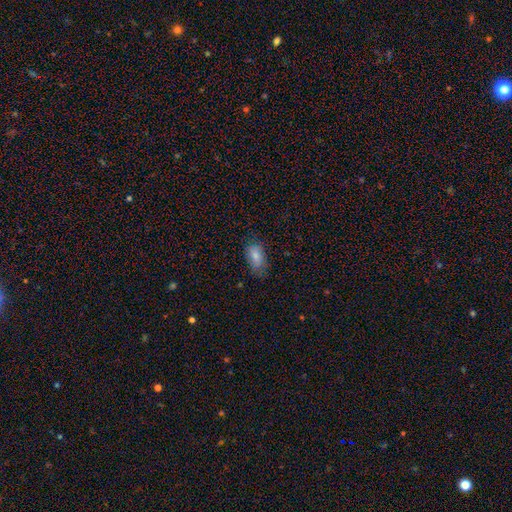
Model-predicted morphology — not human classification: A smooth galaxy with no disk features (83%) that is in between round and cigar-shaped (92%). Merging: none (67%).